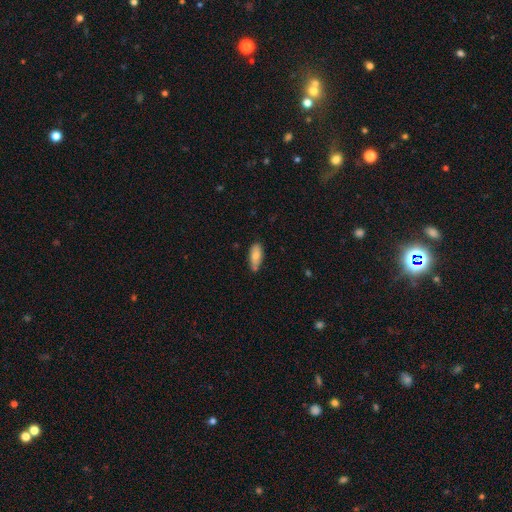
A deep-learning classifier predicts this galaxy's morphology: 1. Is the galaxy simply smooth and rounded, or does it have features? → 76% smooth, 17% featured or disk, 6% star or artifact.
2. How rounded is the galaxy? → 81% in between, 16% cigar-shaped, 2% round.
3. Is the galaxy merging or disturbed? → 68% none, 25% minor disturbance, 3% major disturbance, 3% merger.